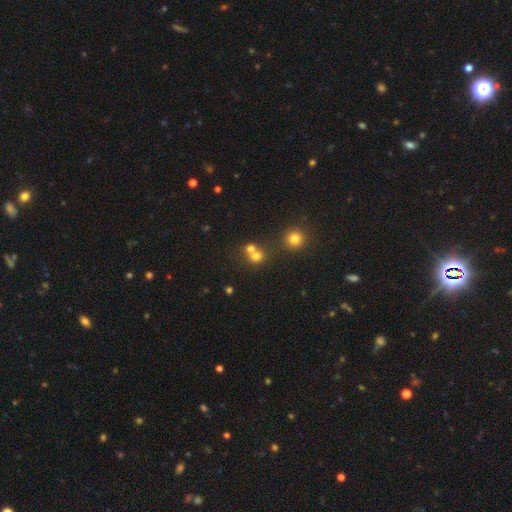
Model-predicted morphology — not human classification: smooth 71%, star or artifact 17%, featured or disk 12%. Down the decision tree: how rounded — round (79%); merging — merger (48%).